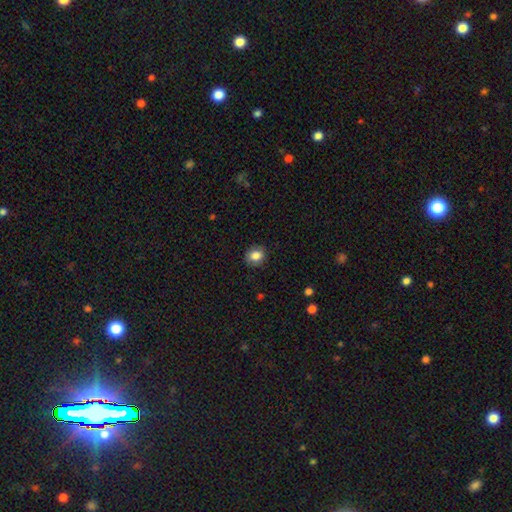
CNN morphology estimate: smooth_or_featured: smooth (p=0.84) [alt: star or artifact p=0.09]
how_rounded: round (p=0.68) [alt: in between p=0.31]
merging: none (p=0.86) [alt: minor disturbance p=0.11]